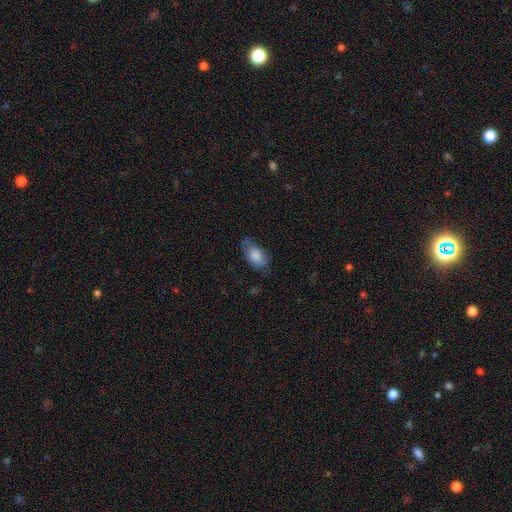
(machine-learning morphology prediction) type=smooth (82%); roundness=in between (91%); merging=none (60%).